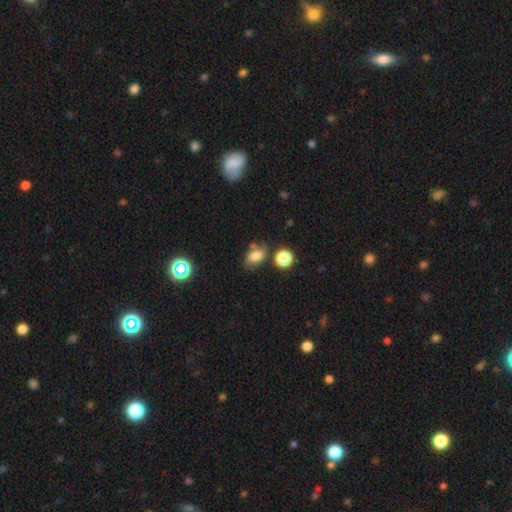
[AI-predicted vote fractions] Smooth or featured: smooth — 76% (star or artifact — 14%)
How rounded: in between — 74% (round — 24%)
Merging: none — 61% (minor disturbance — 20%)